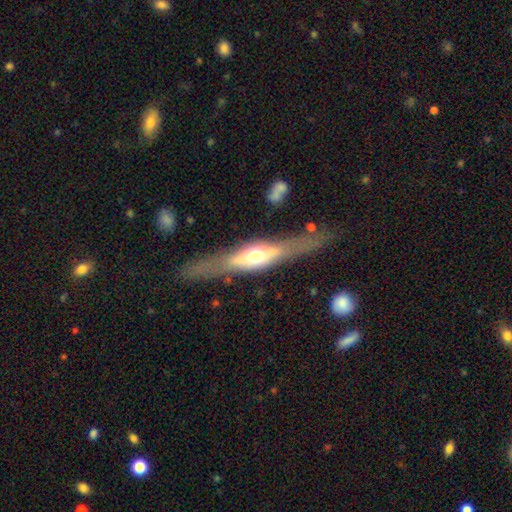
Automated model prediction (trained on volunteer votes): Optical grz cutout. It shows a featured or disk galaxy (69%) viewed edge-on (91%) with a rounded central bulge (90%). Merging: none (77%).